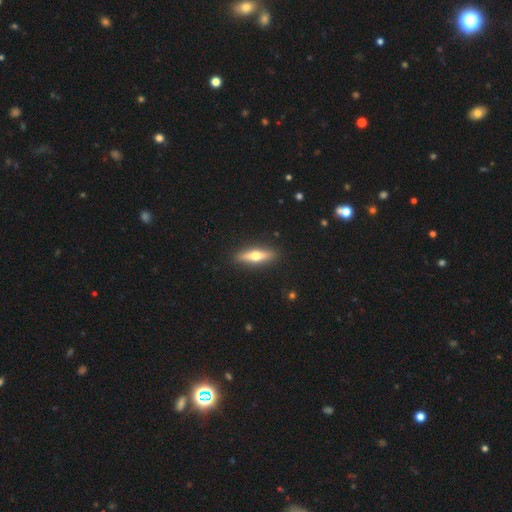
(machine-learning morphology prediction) This appears to be a featured or disk galaxy (53%) viewed edge-on (91%). Merging: none (91%).